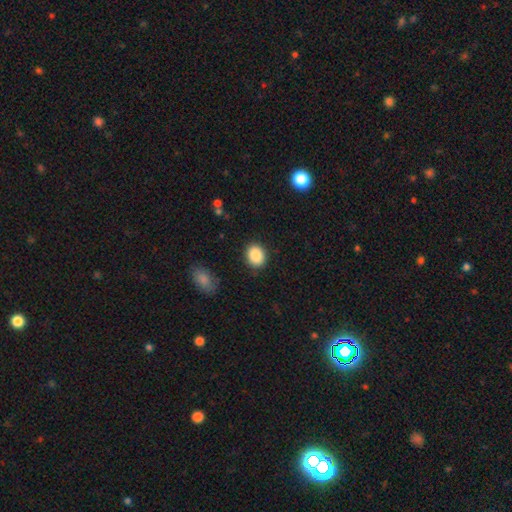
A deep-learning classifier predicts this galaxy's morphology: This is clearly a smooth galaxy (88%). How rounded: possibly round (56%). Merging: clearly none (87%).